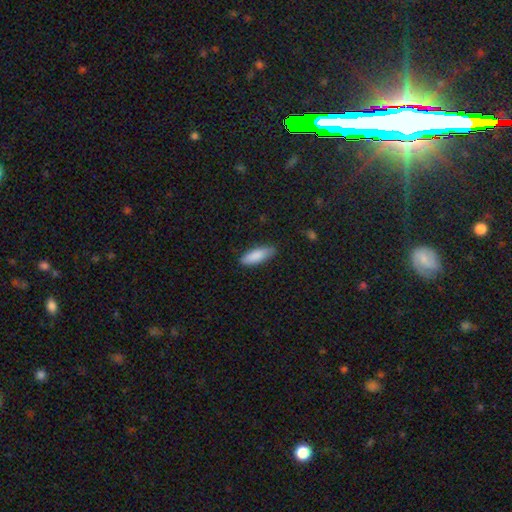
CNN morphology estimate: smooth_or_featured: smooth (p=0.87) [alt: featured or disk p=0.07]
how_rounded: in between (p=0.64) [alt: cigar-shaped p=0.35]
merging: none (p=0.82) [alt: minor disturbance p=0.15]